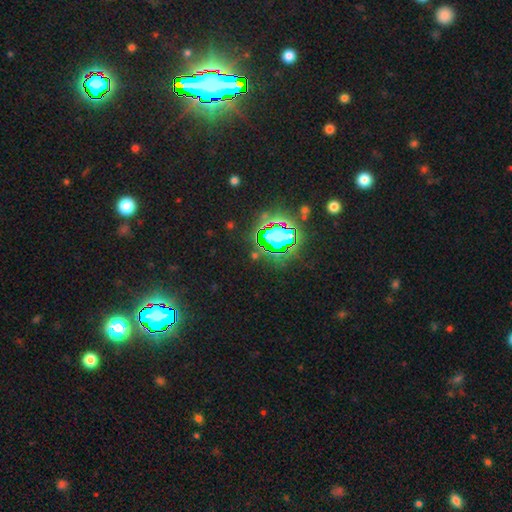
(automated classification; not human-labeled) Smooth or featured: star or artifact — 77% (smooth — 14%)